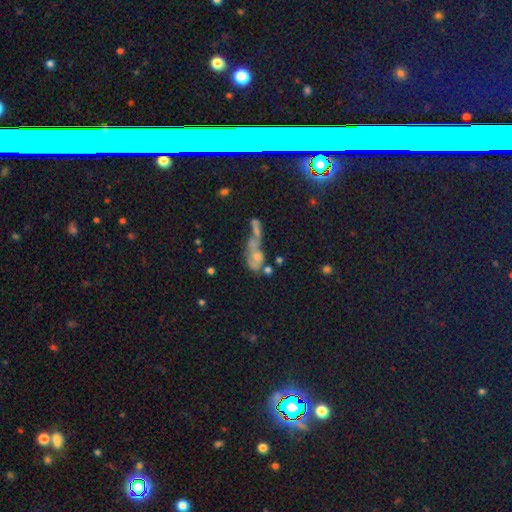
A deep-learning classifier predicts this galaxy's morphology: A featured or disk galaxy (37%, tied with smooth).

Vote fractions:
- Smooth or featured? featured or disk: 37% (tied) / smooth: 37% (tied) / star or artifact: 26%
- Merging? merger: 42% / none: 23% / major disturbance: 22% / minor disturbance: 14%